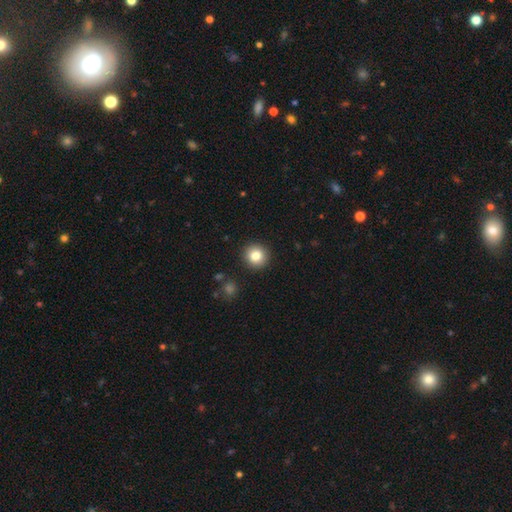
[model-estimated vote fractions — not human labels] Smooth or featured?
  - smooth: 82% *
  - star or artifact: 10%
  - featured or disk: 8%
How rounded?
  - round: 93% *
  - in between: 6%
  - cigar-shaped: 1%
Merging?
  - none: 91% *
  - minor disturbance: 5%
  - major disturbance: 2%
  - merger: 1%